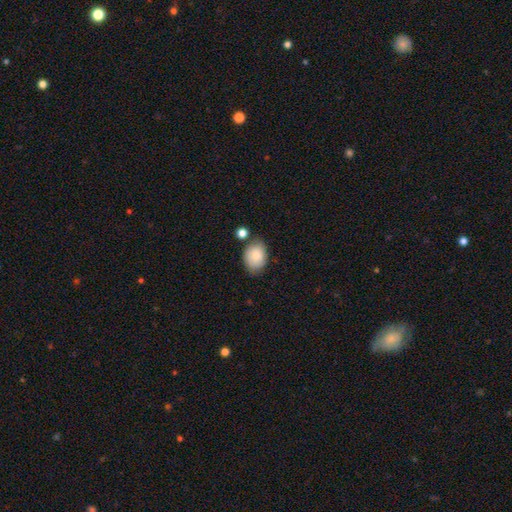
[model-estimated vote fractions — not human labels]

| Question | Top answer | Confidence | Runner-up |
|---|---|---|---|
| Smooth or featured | smooth | 81% | featured or disk (11%) |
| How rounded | in between | 72% | round (27%) |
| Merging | none | 69% | minor disturbance (19%) |